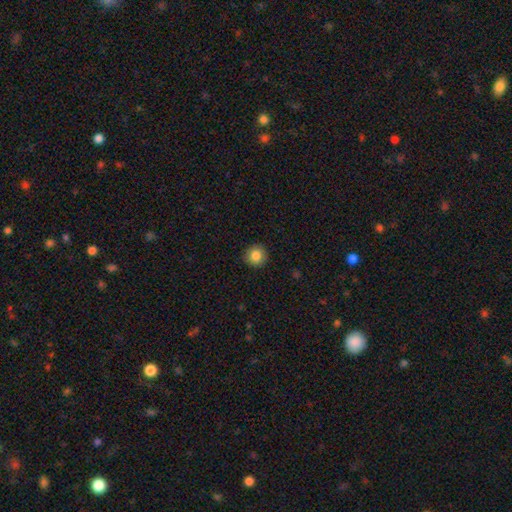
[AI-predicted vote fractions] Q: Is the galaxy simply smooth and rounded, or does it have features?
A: smooth — 84%.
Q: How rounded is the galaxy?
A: round — 93%.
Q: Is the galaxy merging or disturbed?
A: none — 91%.